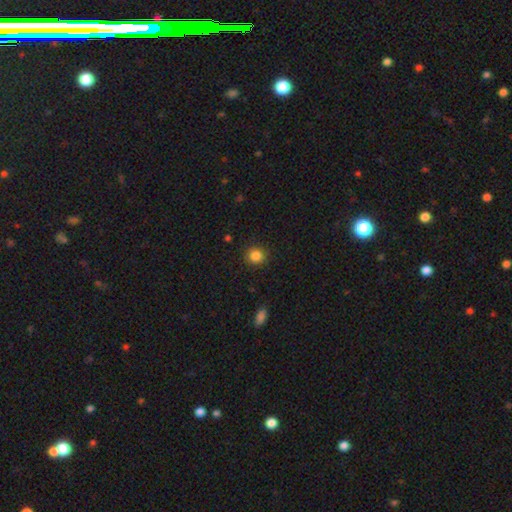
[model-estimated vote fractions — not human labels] Smooth or featured? smooth (85%)
How rounded? round (88%)
Merging? none (90%)